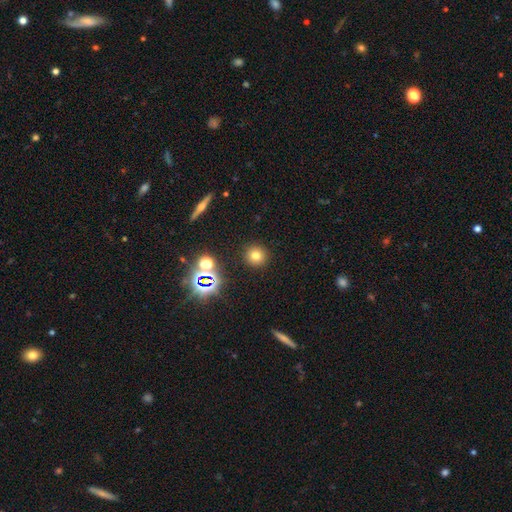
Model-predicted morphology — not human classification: This appears to be a smooth galaxy with no disk features (71%) that is round (94%). Merging: none (90%).